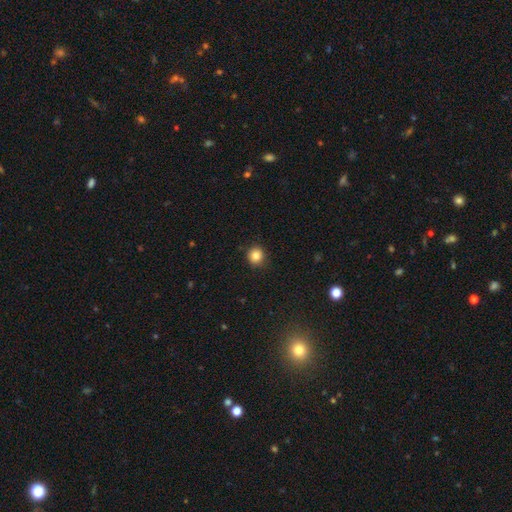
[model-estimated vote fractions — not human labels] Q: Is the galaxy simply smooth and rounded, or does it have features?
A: smooth — 84%.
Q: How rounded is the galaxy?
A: round — 91%.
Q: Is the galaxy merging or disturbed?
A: none — 90%.